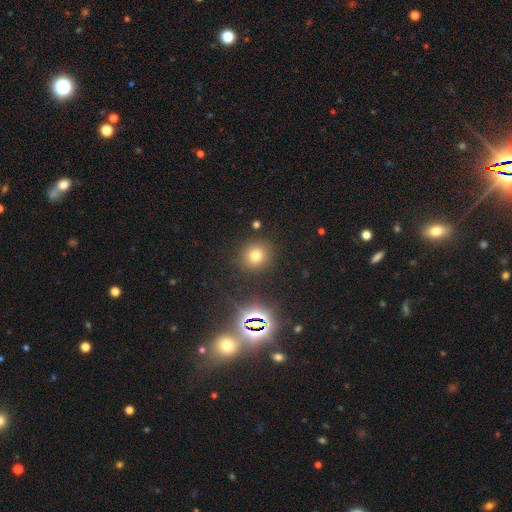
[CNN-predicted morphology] Smooth or featured?
  - smooth: 70% *
  - star or artifact: 21%
  - featured or disk: 9%
How rounded?
  - round: 88% *
  - in between: 11%
  - cigar-shaped: 1%
Merging?
  - none: 86% *
  - minor disturbance: 8%
  - major disturbance: 3%
  - merger: 3%